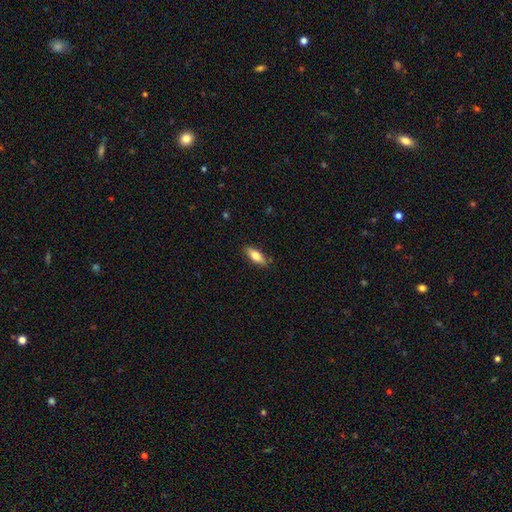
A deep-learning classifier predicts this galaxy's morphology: type=smooth (72%); roundness=in between (66%); merging=none (85%).